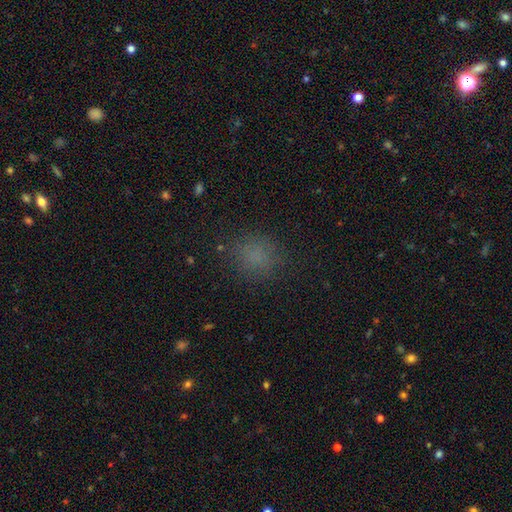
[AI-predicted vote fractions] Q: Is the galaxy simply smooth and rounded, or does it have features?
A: smooth — 76%.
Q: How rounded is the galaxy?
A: round — 77%.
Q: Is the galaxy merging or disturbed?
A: none — 82%.